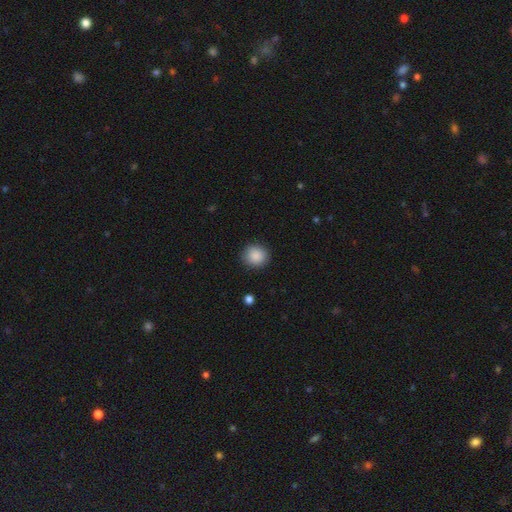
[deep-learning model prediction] A smooth galaxy with no disk features (89%) that is round (84%).

Vote fractions:
- Smooth or featured? smooth: 89% / star or artifact: 8% / featured or disk: 3%
- How rounded? round: 84% / in between: 16% / cigar-shaped: 1%
- Merging? none: 90% / minor disturbance: 7% / major disturbance: 2% / merger: 1%